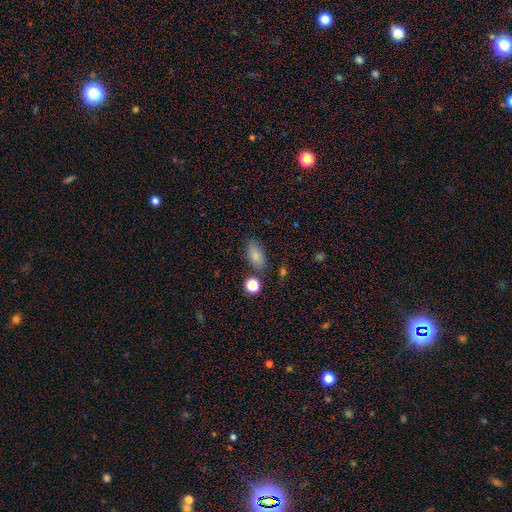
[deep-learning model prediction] Smooth or featured: smooth — 82% (star or artifact — 10%)
How rounded: in between — 88% (round — 7%)
Merging: none — 77% (minor disturbance — 14%)